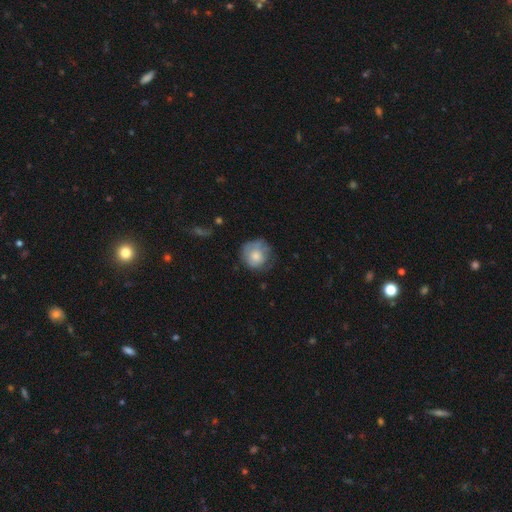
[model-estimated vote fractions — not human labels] A smooth galaxy with no disk features (68%) that is round (87%). Merging: none (61%).